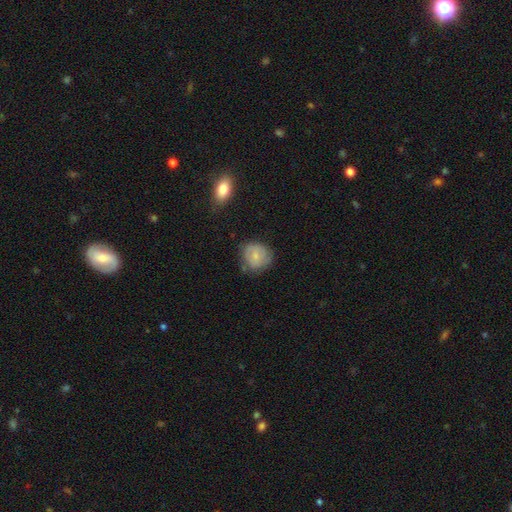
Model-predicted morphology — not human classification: Smooth or featured? smooth (73%)
How rounded? round (79%)
Merging? none (67%)